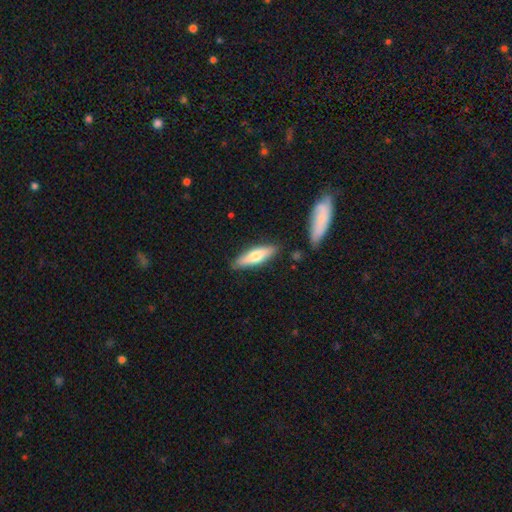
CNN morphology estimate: Smooth or featured?
  - smooth: 60% *
  - featured or disk: 34%
  - star or artifact: 6%
How rounded?
  - cigar-shaped: 64% *
  - in between: 34%
  - round: 2%
Merging?
  - none: 83% *
  - minor disturbance: 12%
  - merger: 3%
  - major disturbance: 2%